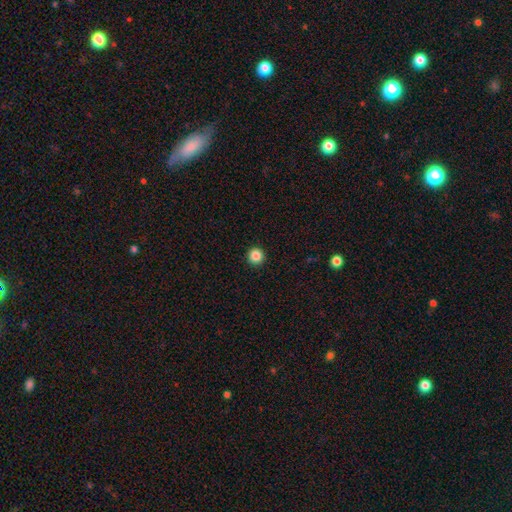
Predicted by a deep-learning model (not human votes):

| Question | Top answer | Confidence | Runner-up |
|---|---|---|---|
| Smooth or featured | smooth | 85% | star or artifact (11%) |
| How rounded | round | 96% | in between (3%) |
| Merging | none | 93% | minor disturbance (4%) |